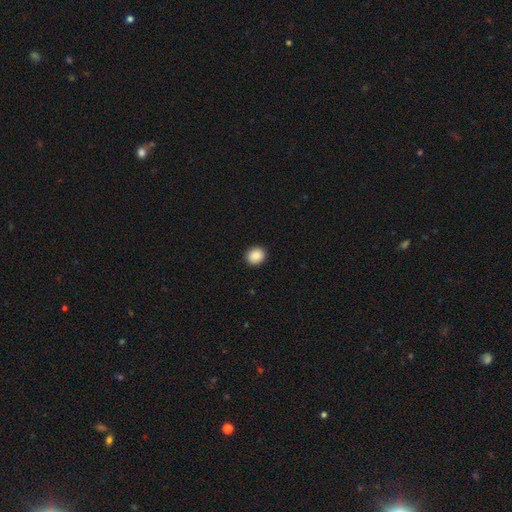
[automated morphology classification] Smooth or featured?
  - smooth: 89% *
  - star or artifact: 8%
  - featured or disk: 3%
How rounded?
  - round: 73% *
  - in between: 26%
  - cigar-shaped: 1%
Merging?
  - none: 92% *
  - minor disturbance: 6%
  - major disturbance: 2%
  - merger: 1%